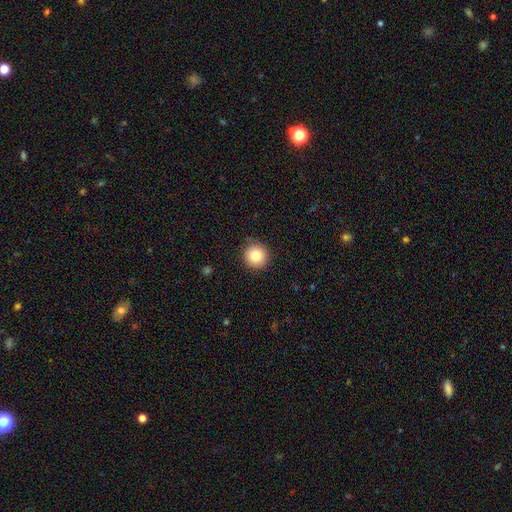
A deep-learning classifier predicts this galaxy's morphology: The model was most divided on "smooth or featured": smooth: 83%, star or artifact: 10%, featured or disk: 7%. More confident: how rounded — round (95%); merging — none (90%).